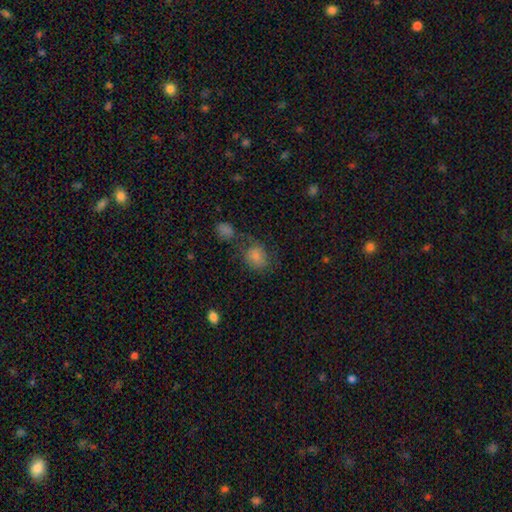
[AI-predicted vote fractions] A smooth galaxy with no disk features (62%) that is round (59%). Merging: none (53%).